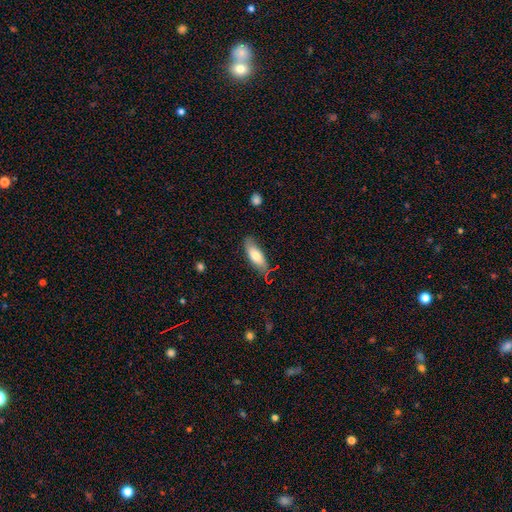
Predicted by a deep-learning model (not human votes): A smooth galaxy with no disk features (73%) that is in between round and cigar-shaped (70%). Merging: none (76%).